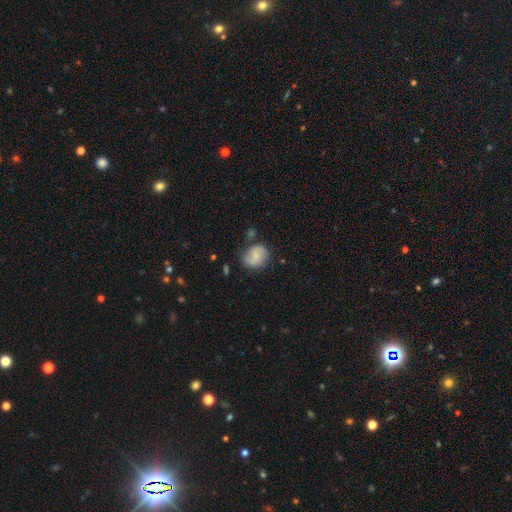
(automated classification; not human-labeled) Smooth or featured? Predicted: smooth (p=0.47). Merging? Predicted: none (p=0.66).